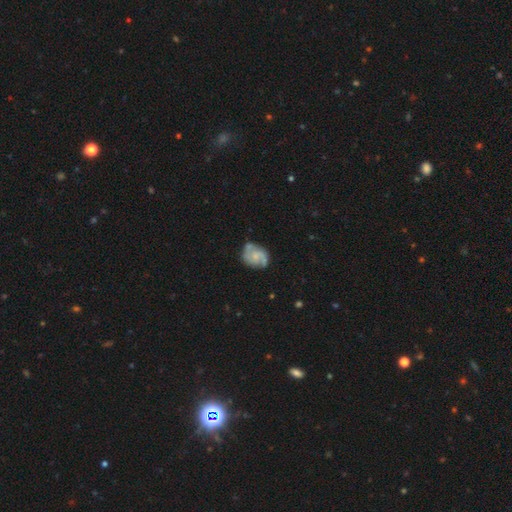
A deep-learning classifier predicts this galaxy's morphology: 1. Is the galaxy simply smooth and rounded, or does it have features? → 73% featured or disk, 21% smooth, 6% star or artifact.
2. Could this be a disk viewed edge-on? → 98% no, 2% yes.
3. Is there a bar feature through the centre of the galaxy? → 64% no, 32% weak, 5% strong.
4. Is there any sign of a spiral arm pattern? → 93% yes, 7% no.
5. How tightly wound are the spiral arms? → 49% medium, 29% tight, 22% loose.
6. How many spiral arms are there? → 71% 2, 12% 3, 10% can't tell, 3% 1, 2% 4, 2% more than 4.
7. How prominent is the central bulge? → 50% small, 24% none, 23% moderate, 2% large, 1% dominant.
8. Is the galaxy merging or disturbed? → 65% none, 23% minor disturbance, 8% major disturbance, 4% merger.